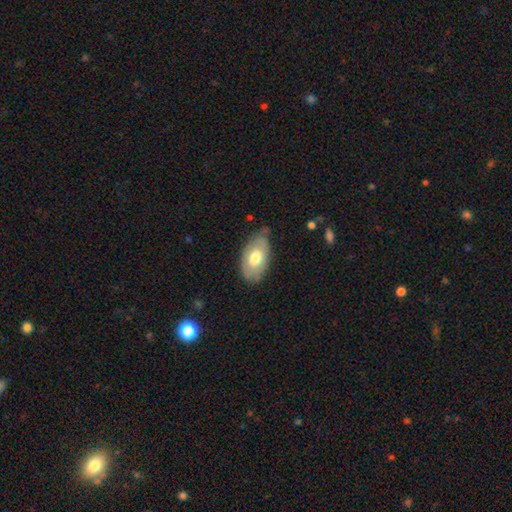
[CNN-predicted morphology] type=smooth (56%); roundness=in between (88%); merging=none (82%).